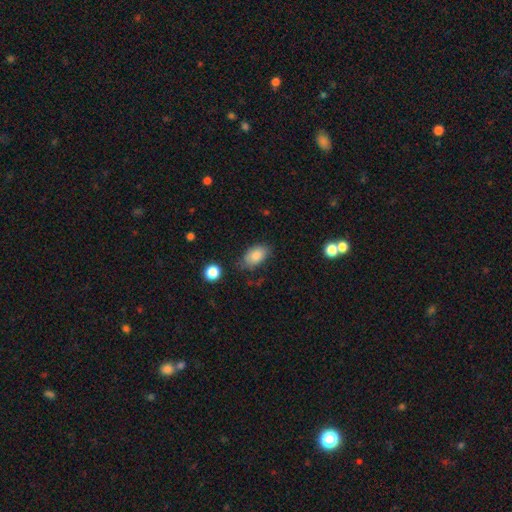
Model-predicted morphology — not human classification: This is clearly a smooth galaxy (85%). How rounded: clearly in between (91%). Merging: likely none (73%).